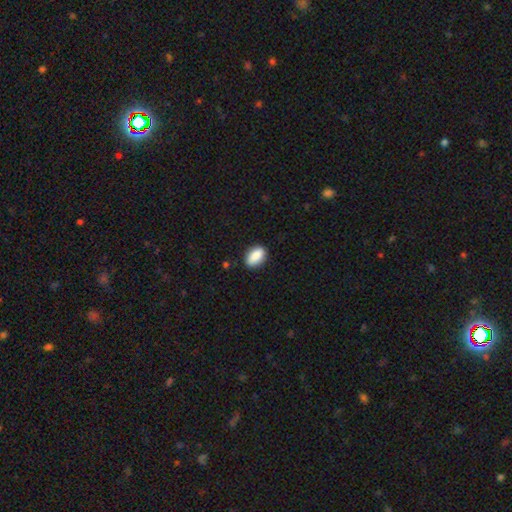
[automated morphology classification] A smooth galaxy with no disk features (87%) that is in between round and cigar-shaped (89%). Merging: none (84%).